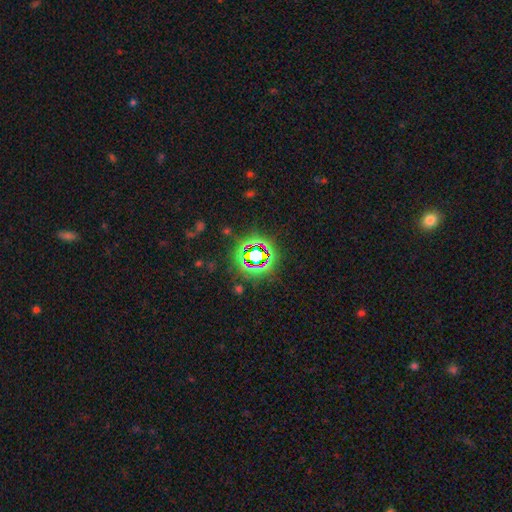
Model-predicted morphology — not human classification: A star or artifact, not a galaxy (75%).

Vote fractions:
- Smooth or featured? star or artifact: 75% / smooth: 15% / featured or disk: 10%